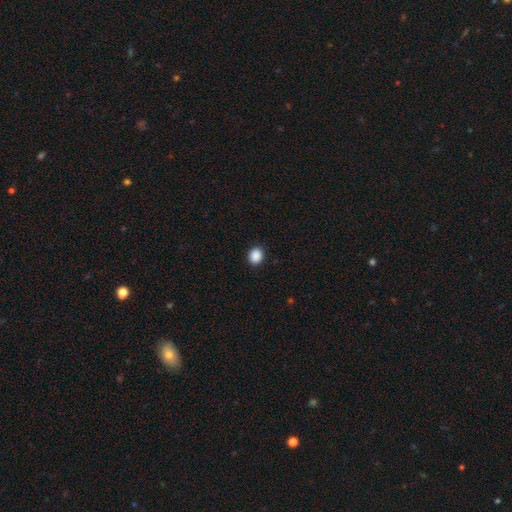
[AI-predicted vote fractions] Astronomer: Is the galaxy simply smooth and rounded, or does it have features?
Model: smooth — 89%.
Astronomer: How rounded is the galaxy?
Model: round — 69%.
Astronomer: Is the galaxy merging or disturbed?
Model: none — 91%.